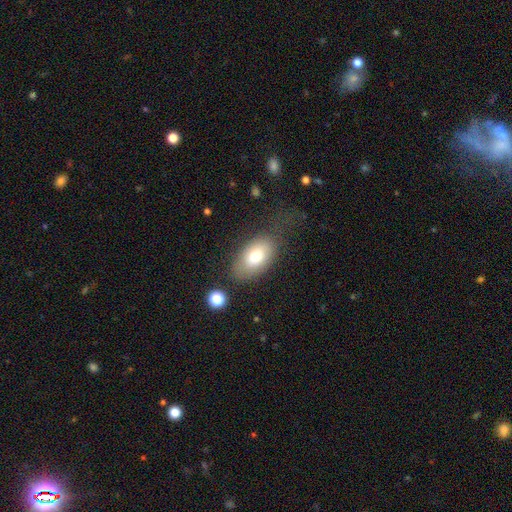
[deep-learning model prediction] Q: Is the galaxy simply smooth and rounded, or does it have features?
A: smooth — 75%.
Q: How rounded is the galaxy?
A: in between — 91%.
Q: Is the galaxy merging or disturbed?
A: none — 63%.